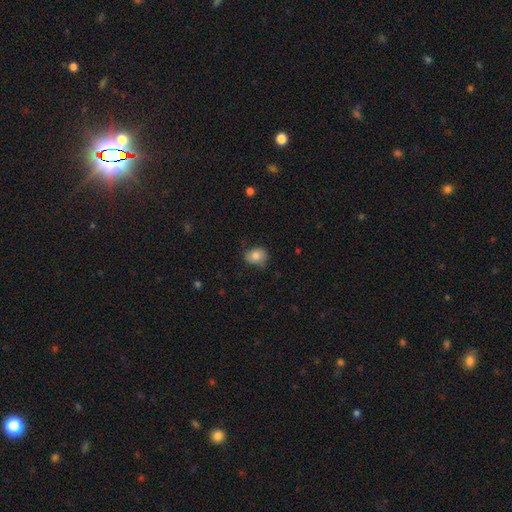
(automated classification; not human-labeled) Smooth or featured? Predicted: smooth (p=0.79). How rounded? Predicted: in between (p=0.54). Merging? Predicted: none (p=0.67).